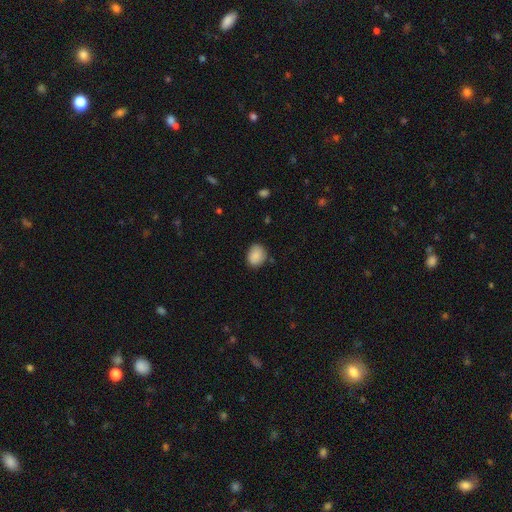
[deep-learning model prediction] This appears to be a smooth galaxy with no disk features (88%) that is in between round and cigar-shaped (50%). Merging: none (79%).